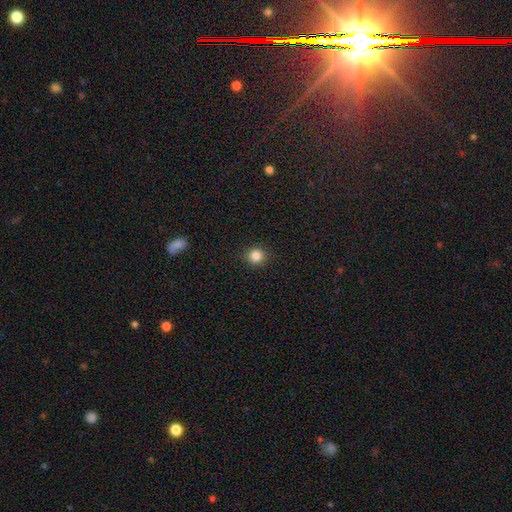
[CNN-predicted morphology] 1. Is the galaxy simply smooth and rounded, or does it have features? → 84% smooth, 12% star or artifact, 4% featured or disk.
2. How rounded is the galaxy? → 91% round, 8% in between, 1% cigar-shaped.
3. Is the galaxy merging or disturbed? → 91% none, 6% minor disturbance, 2% major disturbance, 1% merger.